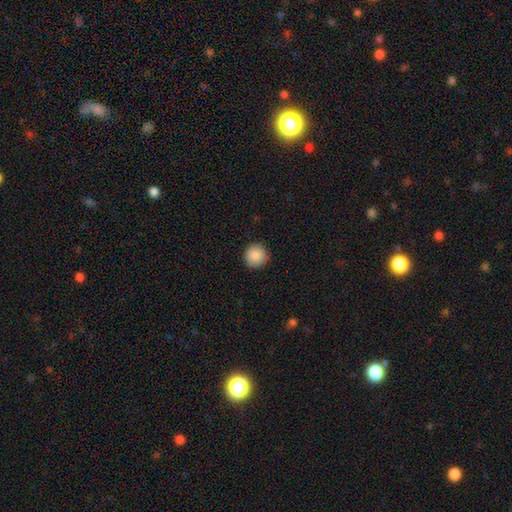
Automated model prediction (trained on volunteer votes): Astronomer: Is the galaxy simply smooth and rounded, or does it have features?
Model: smooth — 88%.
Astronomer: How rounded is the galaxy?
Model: round — 95%.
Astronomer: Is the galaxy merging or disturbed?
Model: none — 91%.